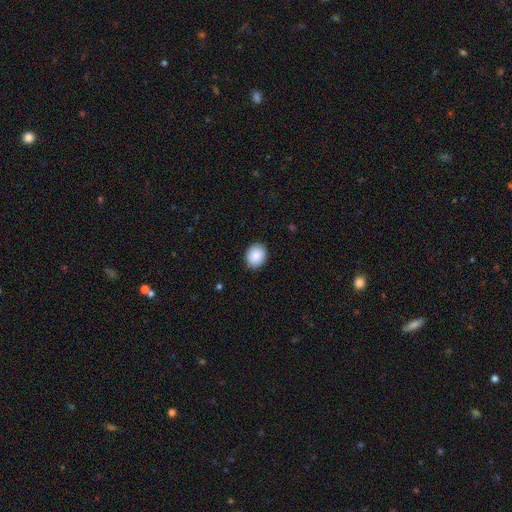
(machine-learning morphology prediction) A smooth galaxy with no disk features (88%) that is round (66%). Merging: none (89%).